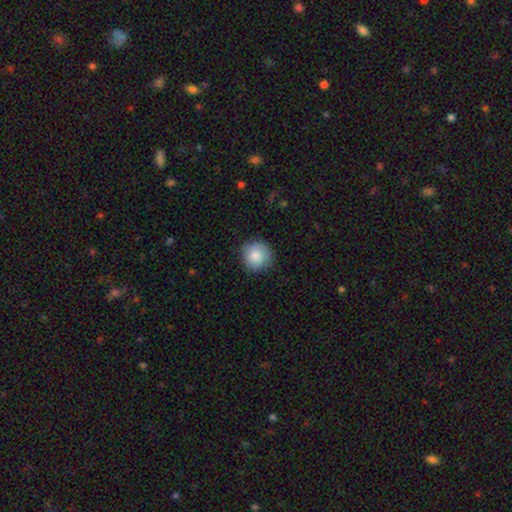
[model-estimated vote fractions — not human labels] Q: Smooth or featured?
A: smooth (83%); runner-up: featured or disk (9%)
Q: How rounded?
A: round (93%); runner-up: in between (6%)
Q: Merging?
A: none (82%); runner-up: minor disturbance (14%)